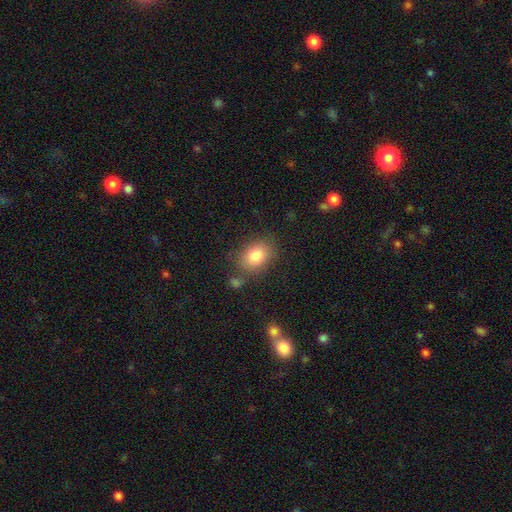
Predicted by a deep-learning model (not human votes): smooth_or_featured: smooth (p=0.81) [alt: featured or disk p=0.09]
how_rounded: in between (p=0.61) [alt: round p=0.37]
merging: none (p=0.75) [alt: minor disturbance p=0.14]